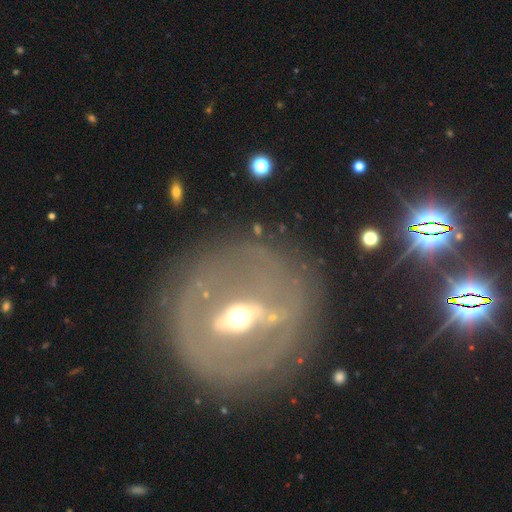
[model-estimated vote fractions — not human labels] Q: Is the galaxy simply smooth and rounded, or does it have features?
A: featured or disk — 76%.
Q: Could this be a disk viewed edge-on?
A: no — 79%.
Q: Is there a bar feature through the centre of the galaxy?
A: strong — 58%.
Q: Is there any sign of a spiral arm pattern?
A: no — 63%.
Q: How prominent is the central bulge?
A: moderate — 66%.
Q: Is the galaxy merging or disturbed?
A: none — 79%.